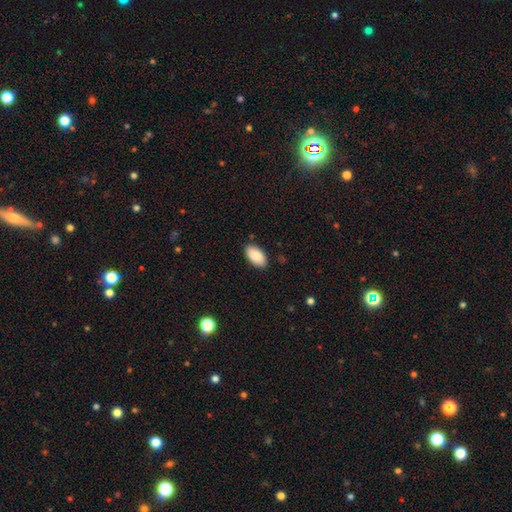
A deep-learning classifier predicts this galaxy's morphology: A smooth galaxy with no disk features (90%) that is in between round and cigar-shaped (96%). Merging: none (86%).